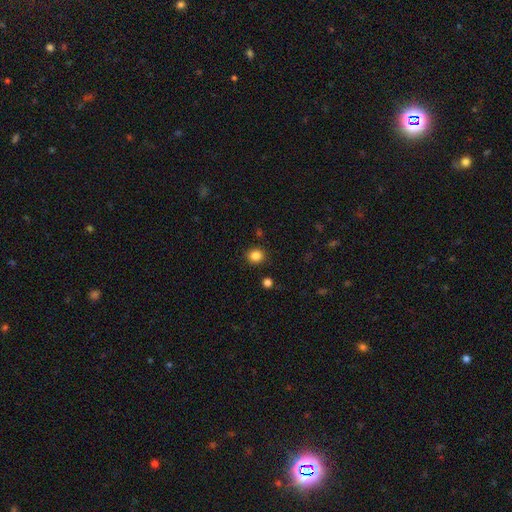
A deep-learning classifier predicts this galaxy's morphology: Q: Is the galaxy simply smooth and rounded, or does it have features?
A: smooth — 85%.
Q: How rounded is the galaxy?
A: round — 82%.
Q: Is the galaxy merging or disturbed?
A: none — 89%.